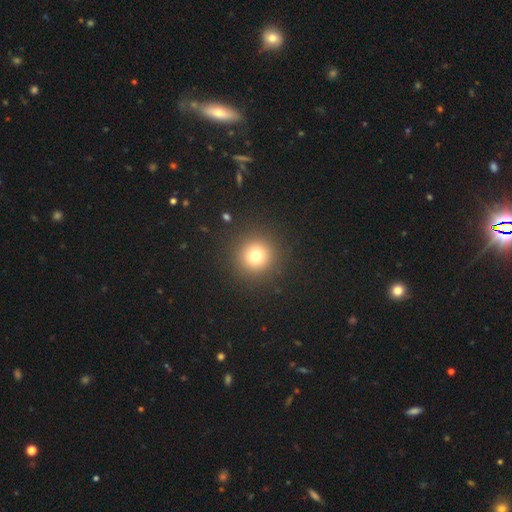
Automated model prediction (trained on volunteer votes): This appears to be a smooth galaxy with no disk features (77%) that is round (94%). Merging: none (91%).